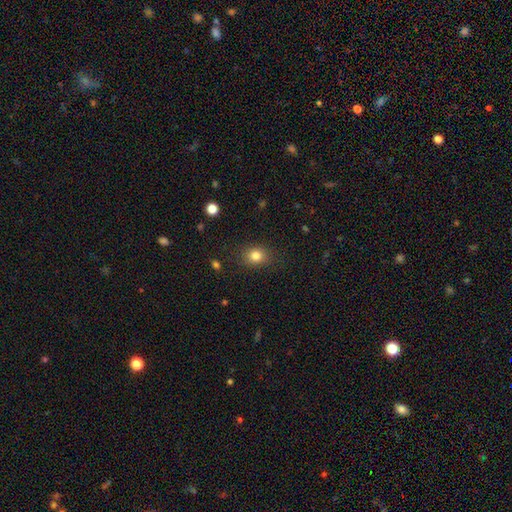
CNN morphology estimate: Q: Smooth or featured?
A: smooth (82%); runner-up: star or artifact (11%)
Q: How rounded?
A: round (56%); runner-up: in between (43%)
Q: Merging?
A: none (84%); runner-up: minor disturbance (11%)